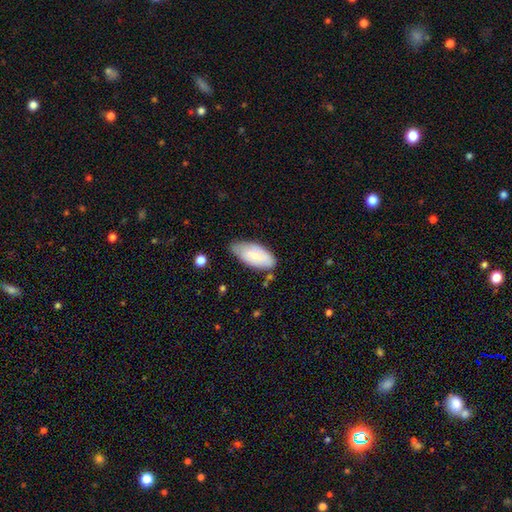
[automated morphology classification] Overall: smooth (70%). How rounded: in between (92%). Merging: none (57%; minor disturbance 33%).